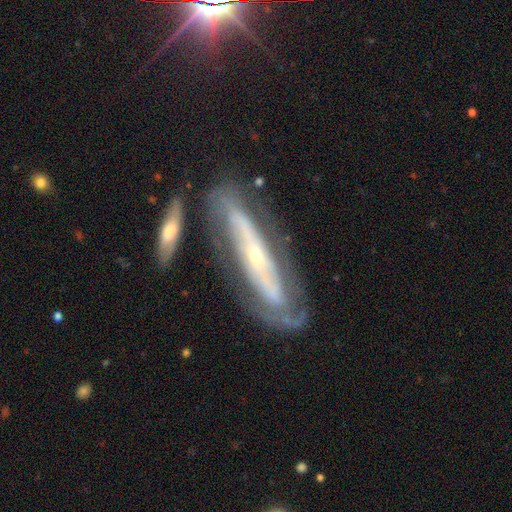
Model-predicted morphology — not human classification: type=featured or disk (79%); edge-on=no (71%); bar=no (59%); spiral arms=yes (75%); bulge=small (72%); merging=none (61%).